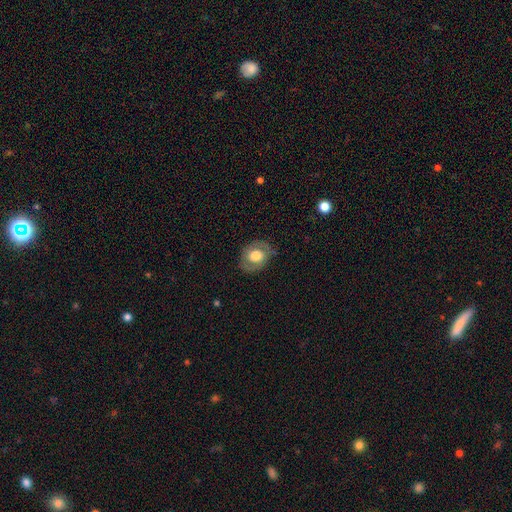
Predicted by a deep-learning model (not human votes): Smooth or featured? smooth (55%)
How rounded? in between (52%)
Merging? none (75%)